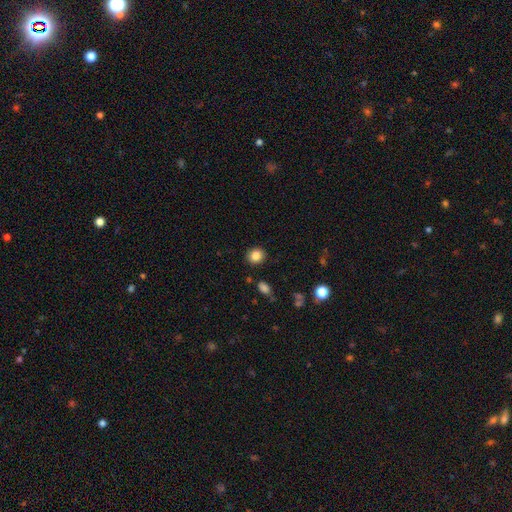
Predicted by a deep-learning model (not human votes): The model was most divided on "how rounded": round: 84%, in between: 15%, cigar-shaped: 1%. More confident: merging — none (88%); smooth or featured — smooth (85%).